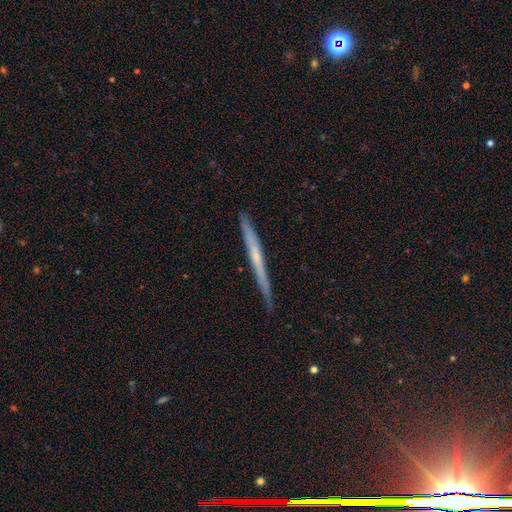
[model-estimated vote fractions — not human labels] Smooth or featured?
  - featured or disk: 57% *
  - smooth: 36%
  - star or artifact: 7%
Edge-on disk?
  - yes: 97% *
  - no: 3%
Edge-on bulge?
  - none: 74% *
  - rounded: 21%
  - boxy: 5%
Merging?
  - none: 88% *
  - minor disturbance: 9%
  - major disturbance: 1%
  - merger: 1%